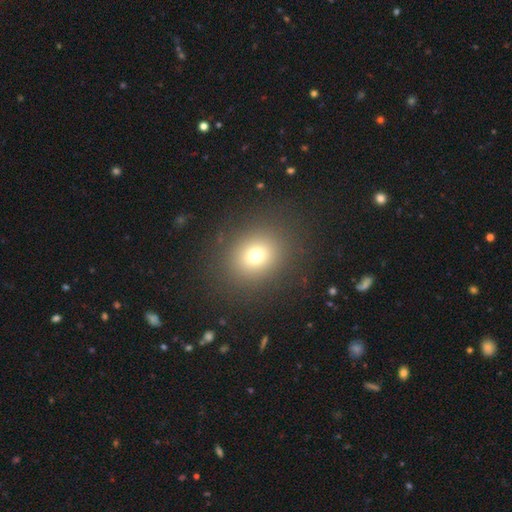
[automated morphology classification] smooth 71%, star or artifact 18%, featured or disk 11%. Down the decision tree: how rounded — round (73%); merging — none (87%).